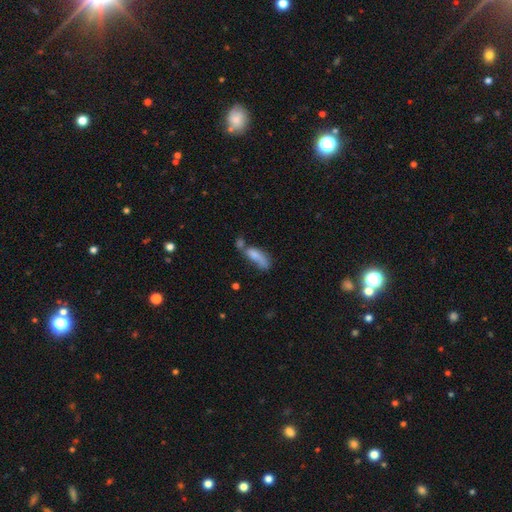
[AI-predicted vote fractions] Smooth or featured? smooth (69%)
How rounded? in between (65%)
Merging? merger (45%)